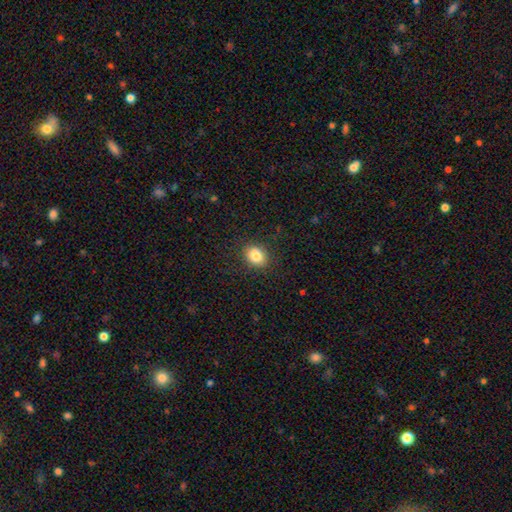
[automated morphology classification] Smooth or featured? smooth (84%)
How rounded? in between (60%)
Merging? none (88%)